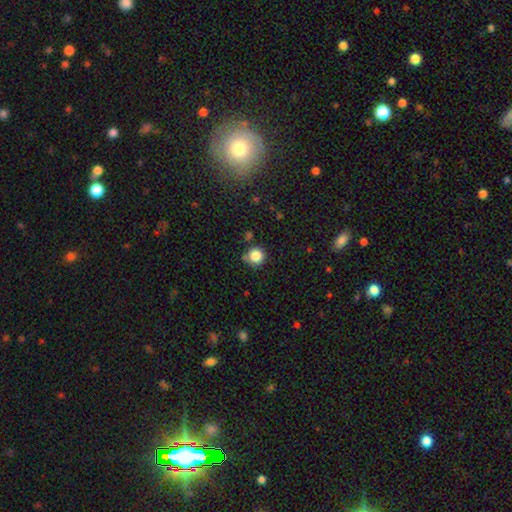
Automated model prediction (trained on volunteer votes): Smooth or featured? Predicted: smooth (p=0.84). How rounded? Predicted: round (p=0.94). Merging? Predicted: none (p=0.77).